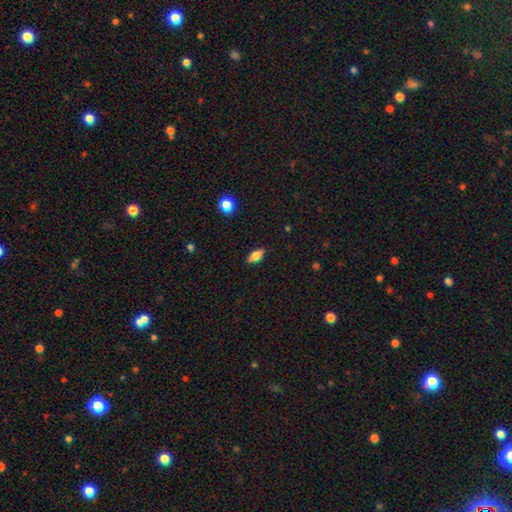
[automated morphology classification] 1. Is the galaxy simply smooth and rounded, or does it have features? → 69% smooth, 23% featured or disk, 8% star or artifact.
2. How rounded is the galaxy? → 81% in between, 14% cigar-shaped, 4% round.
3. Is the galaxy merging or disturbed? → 86% none, 11% minor disturbance, 2% major disturbance, 1% merger.